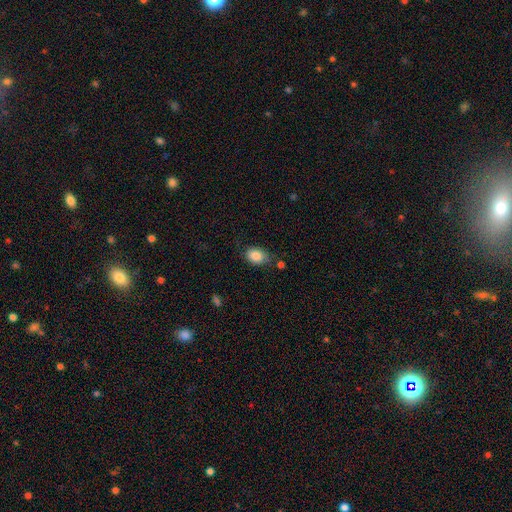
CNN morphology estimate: This appears to be a smooth galaxy with no disk features (86%) that is in between round and cigar-shaped (73%). Merging: none (70%).